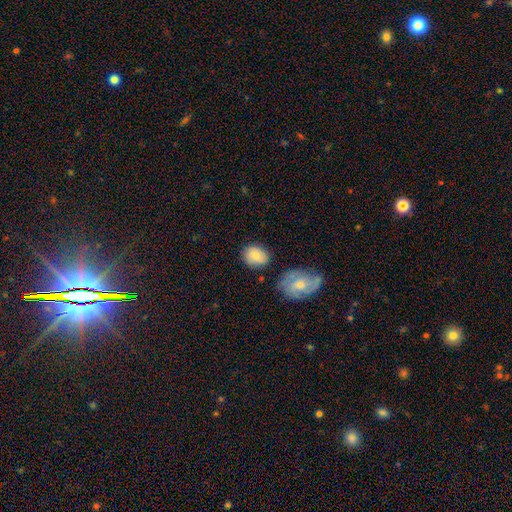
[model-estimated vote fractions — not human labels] smooth 83%, featured or disk 10%, star or artifact 7%. Down the decision tree: how rounded — in between (53%); merging — none (74%).